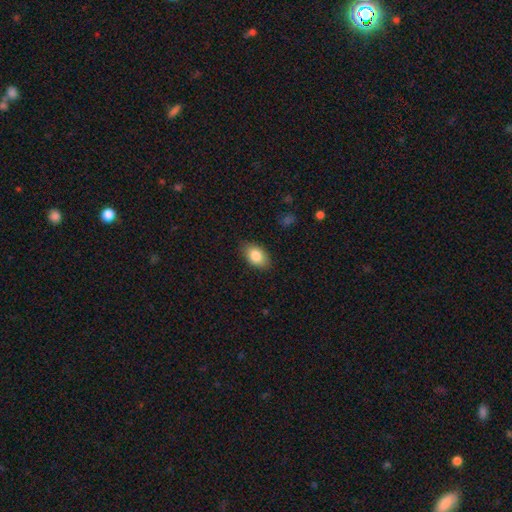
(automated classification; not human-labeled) smooth-or-featured: smooth: 84% | featured or disk: 9% | star or artifact: 7%
  how-rounded: in between: 90% | round: 9% | cigar-shaped: 1%
  merging: none: 85% | minor disturbance: 12% | major disturbance: 2% | merger: 1%